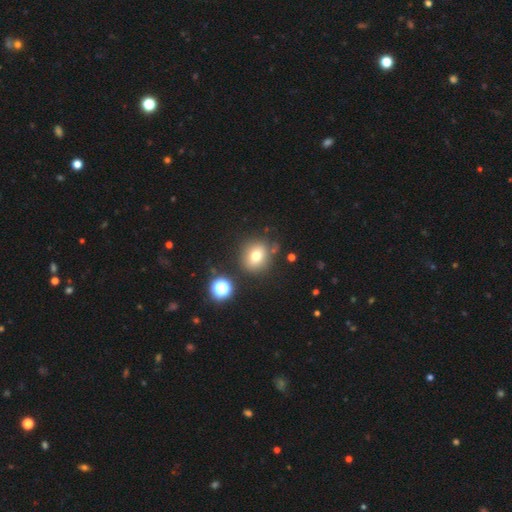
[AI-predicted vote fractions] Smooth or featured? Predicted: smooth (p=0.73). How rounded? Predicted: round (p=0.80). Merging? Predicted: none (p=0.79).